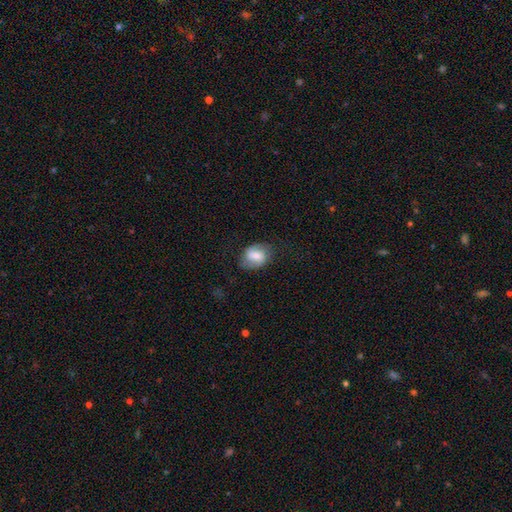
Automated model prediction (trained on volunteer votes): Overall: smooth (54%; featured or disk 38%). How rounded: in between (62%; round 37%). Merging: none (69%).